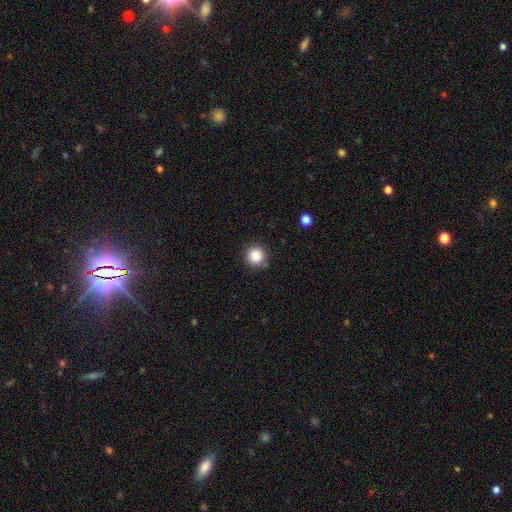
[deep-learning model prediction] Overall: smooth (86%). How rounded: round (95%). Merging: none (88%).